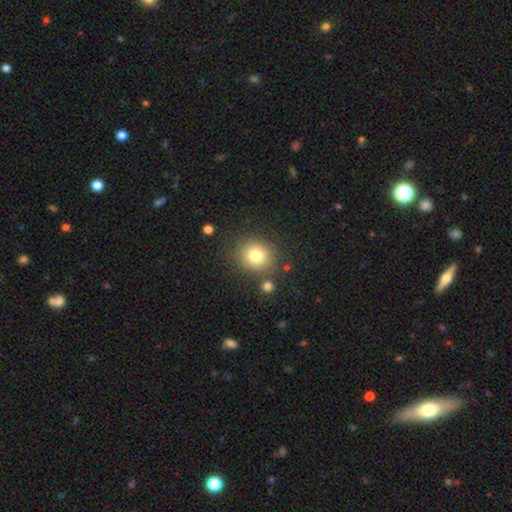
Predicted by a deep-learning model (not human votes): This appears to be a smooth galaxy with no disk features (78%) that is round (84%). Merging: none (80%).